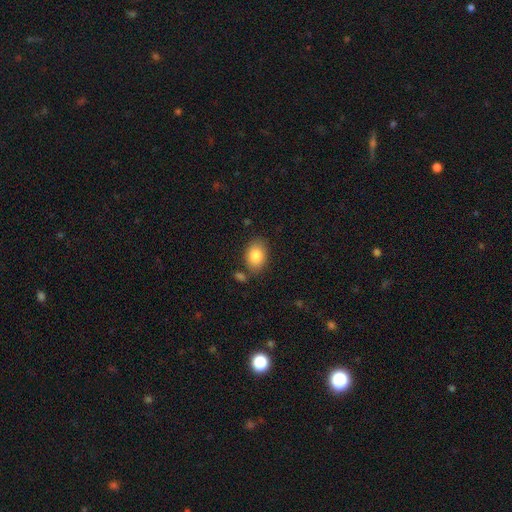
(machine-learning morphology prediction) A smooth galaxy with no disk features (84%) that is in between round and cigar-shaped (81%). Merging: none (76%).